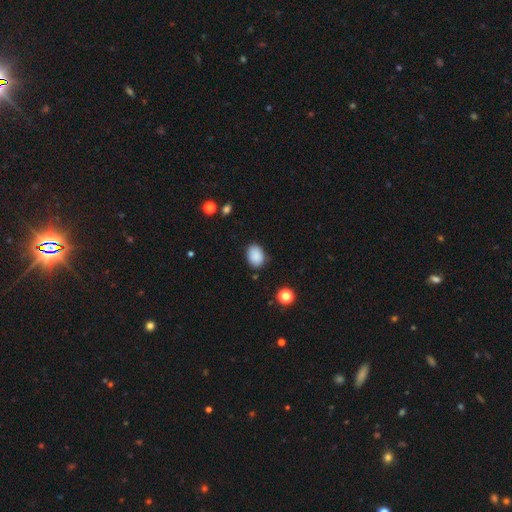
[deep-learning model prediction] Q: Smooth or featured?
A: smooth (88%); runner-up: star or artifact (8%)
Q: How rounded?
A: in between (73%); runner-up: round (27%)
Q: Merging?
A: none (82%); runner-up: minor disturbance (13%)